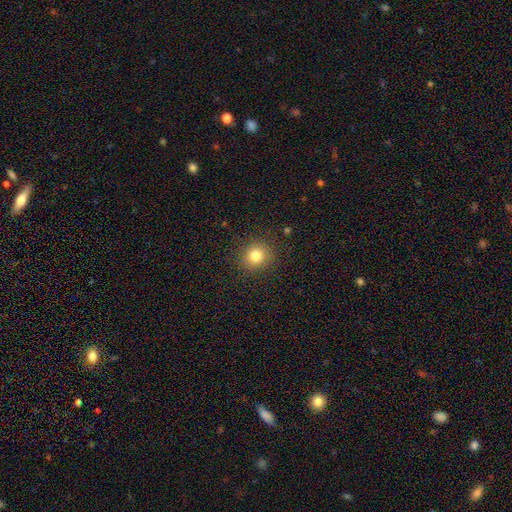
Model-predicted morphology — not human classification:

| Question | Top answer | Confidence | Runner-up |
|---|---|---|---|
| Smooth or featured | smooth | 81% | star or artifact (13%) |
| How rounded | round | 86% | in between (13%) |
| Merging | none | 88% | minor disturbance (8%) |